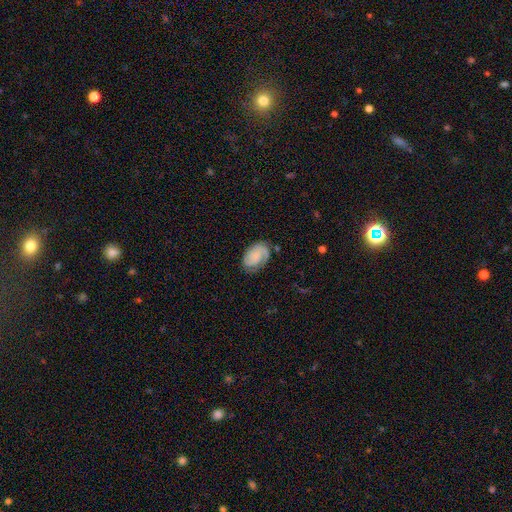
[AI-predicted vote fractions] Q: Smooth or featured?
A: featured or disk (57%); runner-up: smooth (35%)
Q: Edge-on disk?
A: no (97%); runner-up: yes (3%)
Q: Bar?
A: no (71%); runner-up: weak (24%)
Q: Spiral arms?
A: yes (91%); runner-up: no (9%)
Q: Spiral winding?
A: tight (54%); runner-up: medium (33%)
Q: Spiral arm count?
A: 2 (41%); runner-up: 1 (32%)
Q: Bulge size?
A: none (47%); runner-up: small (32%)
Q: Merging?
A: none (67%); runner-up: minor disturbance (21%)